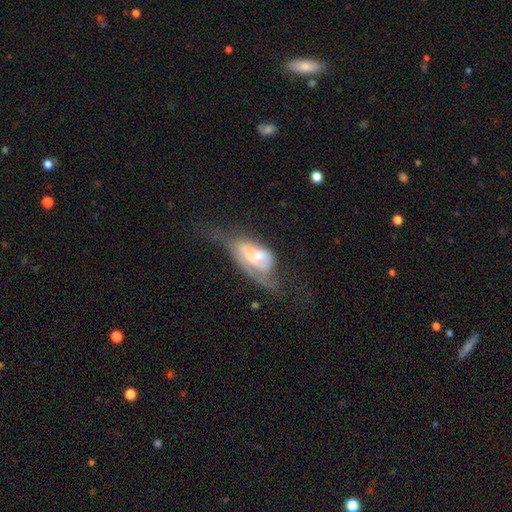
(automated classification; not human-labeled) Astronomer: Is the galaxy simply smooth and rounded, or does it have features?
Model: featured or disk — 63%.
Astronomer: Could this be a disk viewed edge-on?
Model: no — 89%.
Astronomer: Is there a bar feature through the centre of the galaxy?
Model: no — 62%.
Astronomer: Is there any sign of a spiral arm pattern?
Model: yes — 57% (runner-up: no, 43%).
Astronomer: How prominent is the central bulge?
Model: moderate — 49% (runner-up: small, 35%).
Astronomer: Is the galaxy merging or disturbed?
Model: major disturbance — 50%.